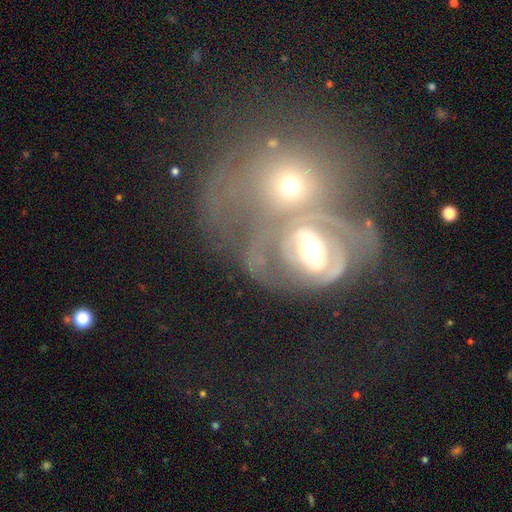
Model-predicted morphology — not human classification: This appears to be a featured or disk galaxy (66%) with no bar (56%), spiral arms (63%) and a moderate central bulge (59%). Merging: merger (63%).